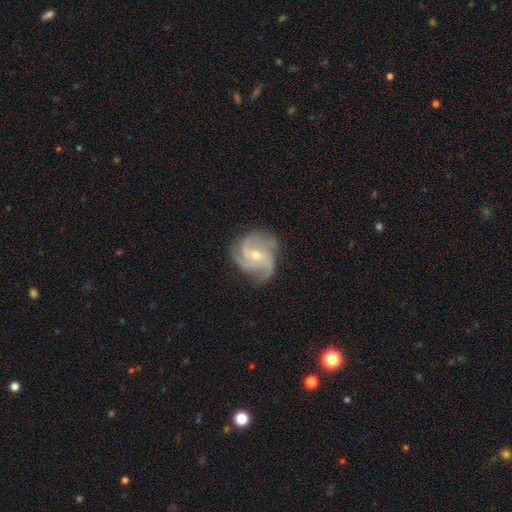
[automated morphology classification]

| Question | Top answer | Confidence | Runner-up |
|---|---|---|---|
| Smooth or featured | featured or disk | 88% | smooth (7%) |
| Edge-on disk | no | 98% | yes (2%) |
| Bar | no | 57% | weak (34%) |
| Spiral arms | yes | 97% | no (3%) |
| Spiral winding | medium | 53% | tight (29%) |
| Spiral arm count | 3 | 65% | 4 (12%) |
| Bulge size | small | 53% | moderate (44%) |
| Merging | none | 71% | minor disturbance (20%) |